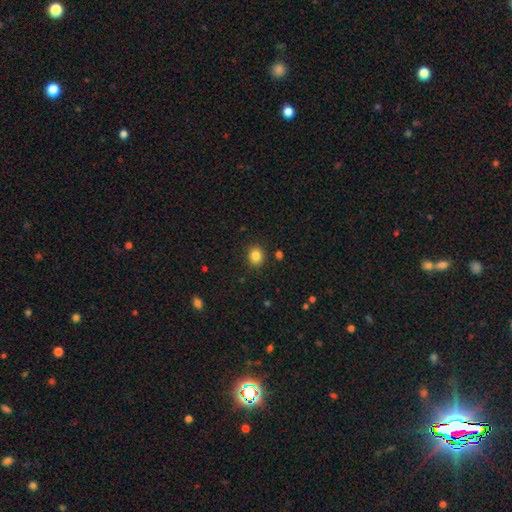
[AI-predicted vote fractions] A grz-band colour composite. It shows a smooth galaxy with no disk features (84%) that is round (74%). Merging: none (88%).